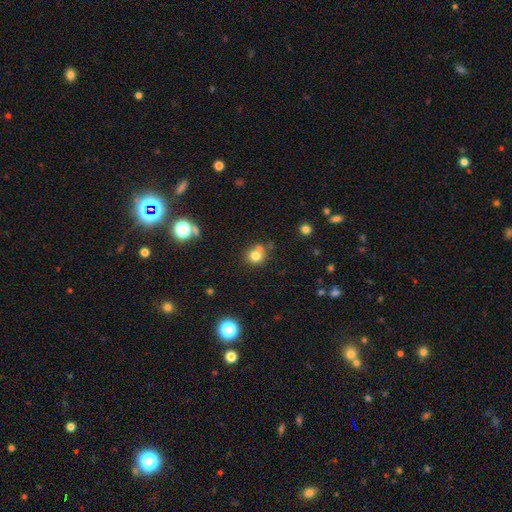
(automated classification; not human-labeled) smooth-or-featured: smooth: 77% | star or artifact: 14% | featured or disk: 9%
  how-rounded: round: 85% | in between: 14% | cigar-shaped: 1%
  merging: none: 61% | merger: 23% | minor disturbance: 13% | major disturbance: 4%